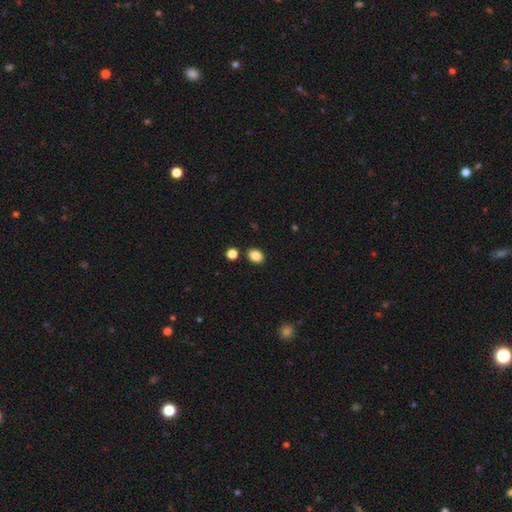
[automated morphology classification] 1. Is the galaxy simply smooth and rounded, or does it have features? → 86% smooth, 10% star or artifact, 4% featured or disk.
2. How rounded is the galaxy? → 70% in between, 29% round, 1% cigar-shaped.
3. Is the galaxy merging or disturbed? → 85% none, 8% minor disturbance, 4% merger, 2% major disturbance.